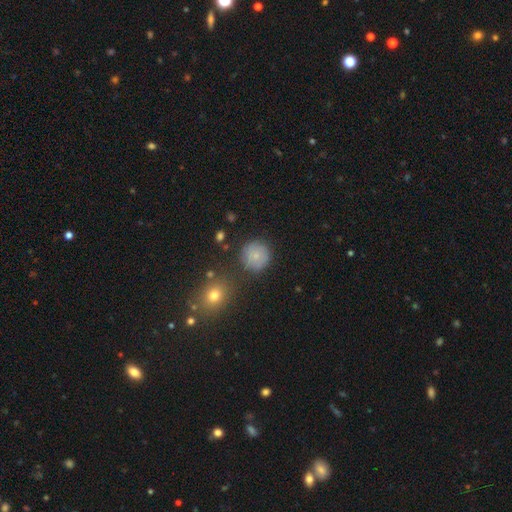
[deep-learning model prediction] This appears to be a smooth galaxy with no disk features (74%) that is round (92%). Merging: none (80%).